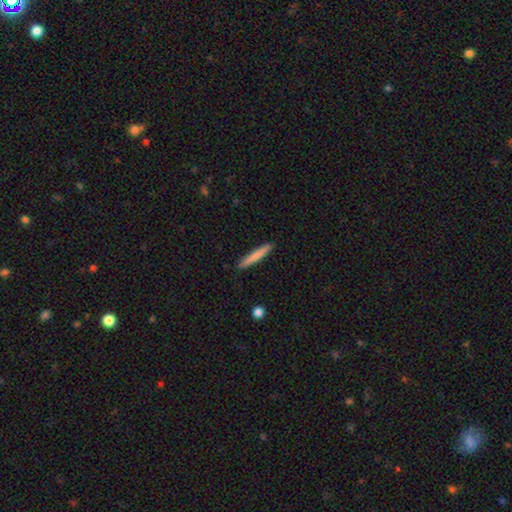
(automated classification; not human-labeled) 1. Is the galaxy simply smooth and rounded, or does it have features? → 75% smooth, 19% featured or disk, 5% star or artifact.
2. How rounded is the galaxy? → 95% cigar-shaped, 3% in between, 1% round.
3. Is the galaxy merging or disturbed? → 91% none, 7% minor disturbance, 1% major disturbance, 1% merger.